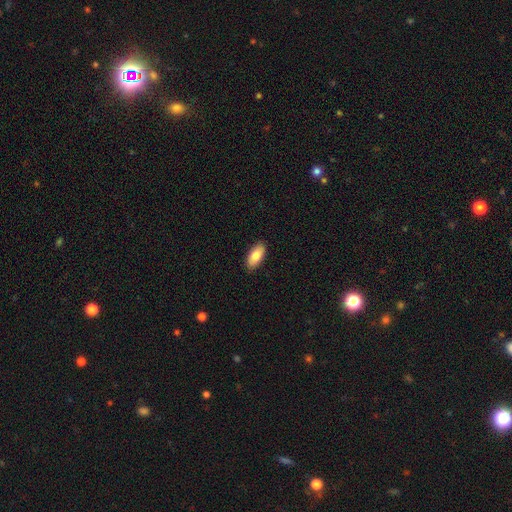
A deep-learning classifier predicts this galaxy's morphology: smooth-or-featured: smooth: 82% | featured or disk: 12% | star or artifact: 6%
  how-rounded: in between: 90% | cigar-shaped: 8% | round: 2%
  merging: none: 90% | minor disturbance: 8% | major disturbance: 2% | merger: 1%